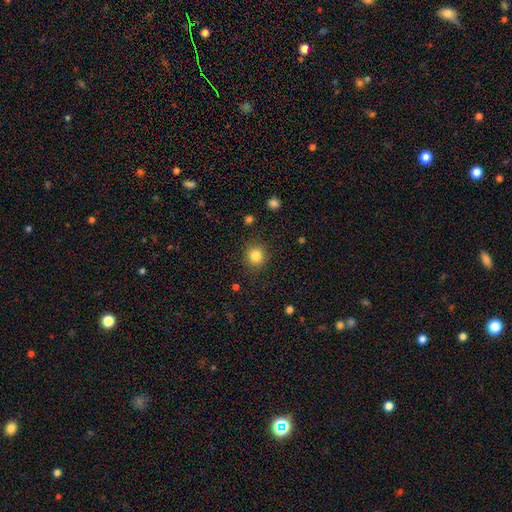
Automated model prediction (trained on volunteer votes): A smooth galaxy with no disk features (83%) that is round (91%). Merging: none (88%).